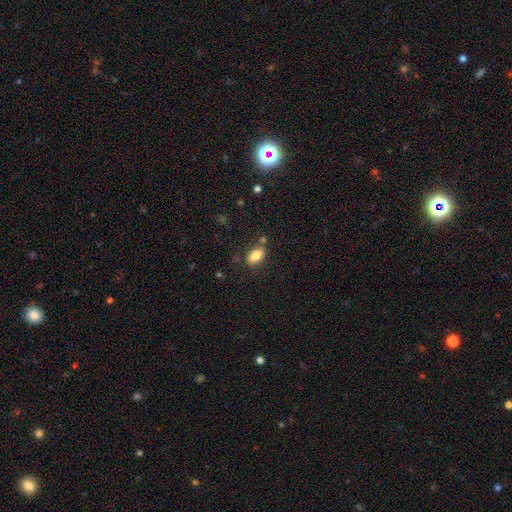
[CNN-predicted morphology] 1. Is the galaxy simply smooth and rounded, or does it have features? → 84% smooth, 8% star or artifact, 8% featured or disk.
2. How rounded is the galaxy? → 90% in between, 6% round, 4% cigar-shaped.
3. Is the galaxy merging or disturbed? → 77% none, 13% minor disturbance, 7% merger, 3% major disturbance.